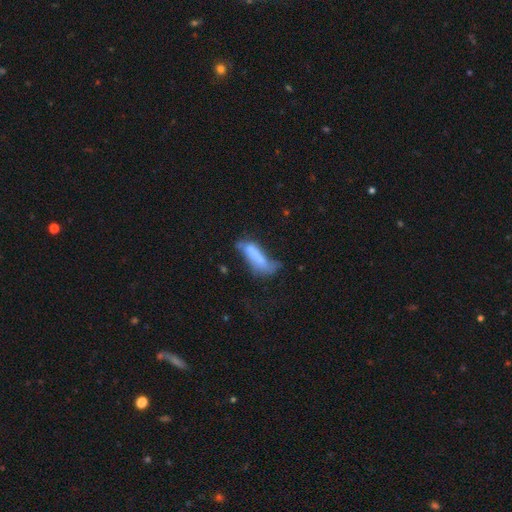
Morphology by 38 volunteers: Volunteers were most divided on "merging": merger: 33%, major disturbance: 31%, minor disturbance: 22%, none: 14%. More confident: smooth or featured — smooth (63%); how rounded — in between (54%).